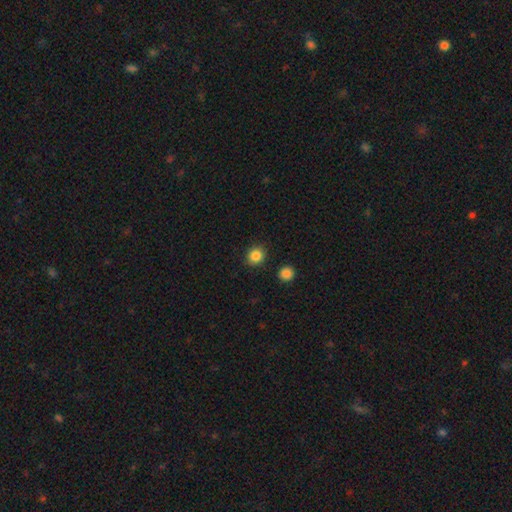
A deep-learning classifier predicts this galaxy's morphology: This is clearly a smooth galaxy (86%). How rounded: clearly round (83%). Merging: clearly none (88%).